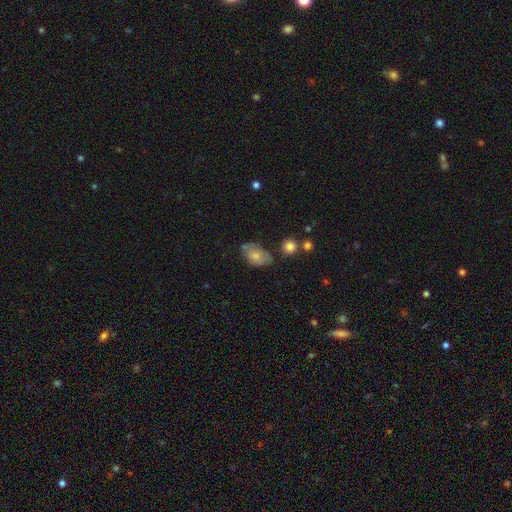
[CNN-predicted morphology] This appears to be a smooth galaxy with no disk features (58%) that is in between round and cigar-shaped (86%). Merging: none (47%).